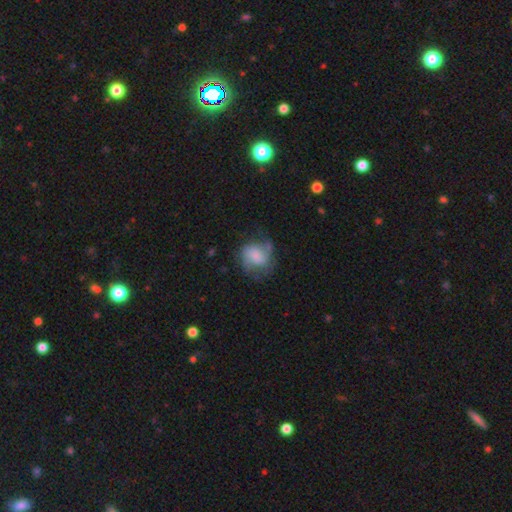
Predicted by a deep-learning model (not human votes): The model was most divided on "smooth or featured": featured or disk: 51%, smooth: 41%, star or artifact: 9%. More confident: edge-on disk — no (98%); merging — none (52%).